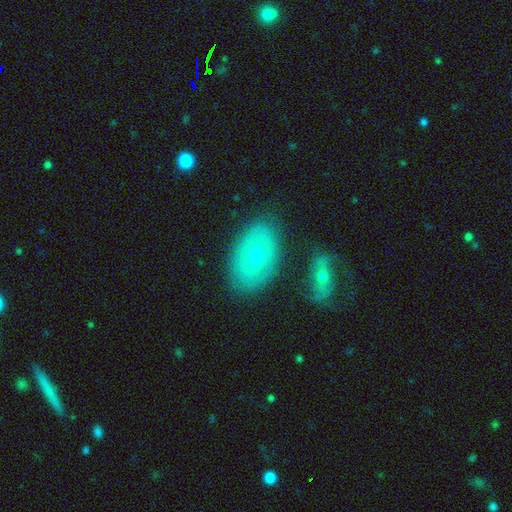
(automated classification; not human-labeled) A featured or disk galaxy (49%).

Vote fractions:
- Smooth or featured? featured or disk: 49% / smooth: 43% / star or artifact: 8%
- Merging? none: 79% / minor disturbance: 13% / merger: 4% / major disturbance: 4%